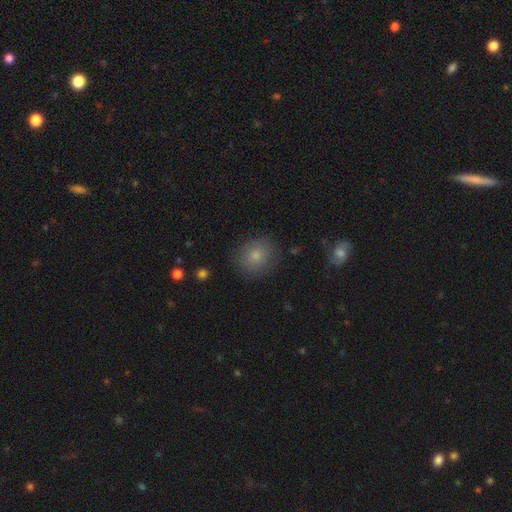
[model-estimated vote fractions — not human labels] This appears to be a smooth galaxy with no disk features (80%) that is round (81%). Merging: none (85%).